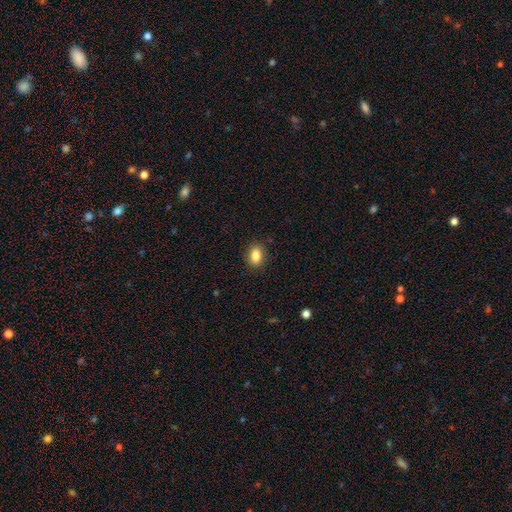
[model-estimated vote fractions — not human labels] Smooth or featured? smooth (85%)
How rounded? in between (75%)
Merging? none (88%)